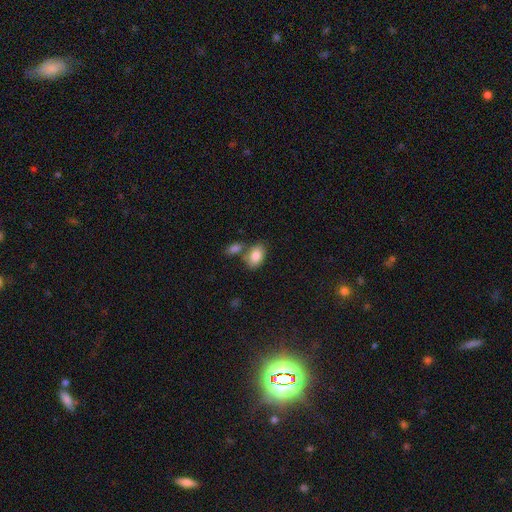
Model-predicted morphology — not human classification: A smooth galaxy with no disk features (84%) that is in between round and cigar-shaped (89%).

Vote fractions:
- Smooth or featured? smooth: 84% / featured or disk: 9% / star or artifact: 7%
- How rounded? in between: 89% / round: 10% / cigar-shaped: 1%
- Merging? none: 57% / merger: 26% / minor disturbance: 13% / major disturbance: 4%